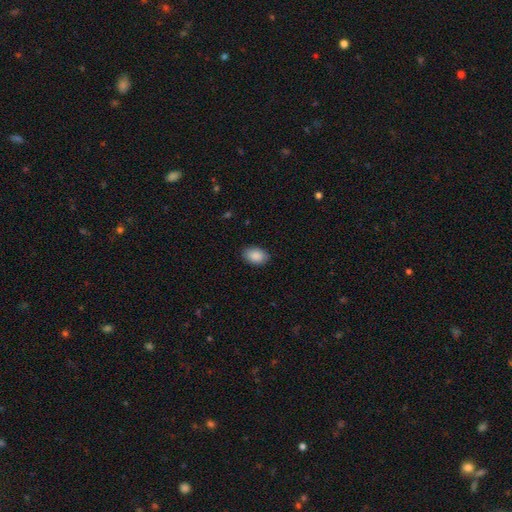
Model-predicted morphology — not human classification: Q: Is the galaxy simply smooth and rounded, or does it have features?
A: smooth — 90%.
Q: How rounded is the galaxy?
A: in between — 88%.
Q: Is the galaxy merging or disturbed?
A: none — 88%.